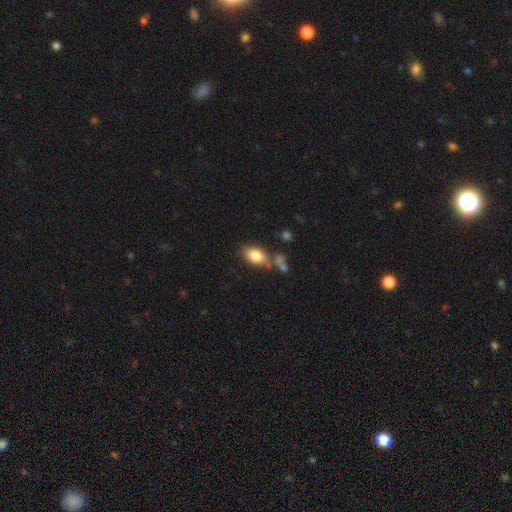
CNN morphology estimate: type=smooth (83%); roundness=in between (89%); merging=none (63%).